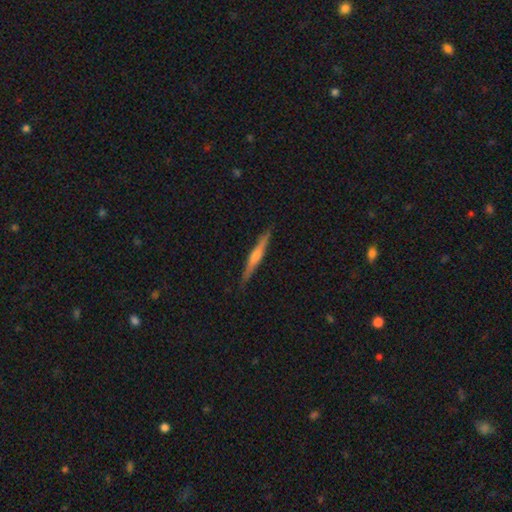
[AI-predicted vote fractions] The model was most divided on "smooth or featured": featured or disk: 71%, smooth: 23%, star or artifact: 6%. More confident: edge-on disk — yes (98%); merging — none (90%); edge-on bulge — rounded (77%).